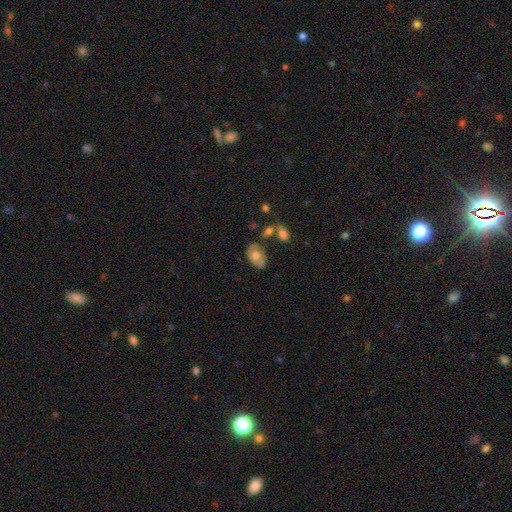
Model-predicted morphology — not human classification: type=smooth (60%); roundness=in between (87%); merging=none (57%).